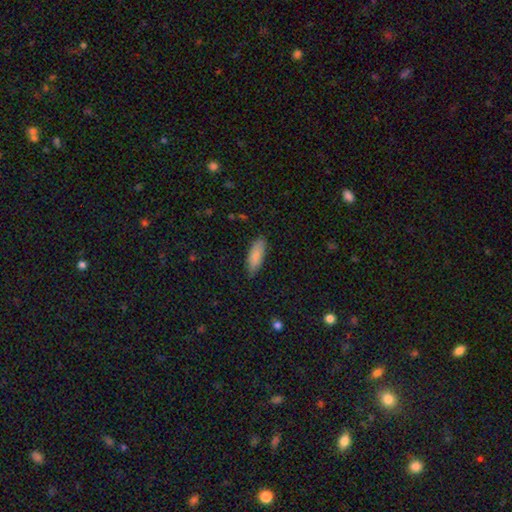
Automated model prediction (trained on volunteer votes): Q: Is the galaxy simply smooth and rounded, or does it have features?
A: smooth — 87%.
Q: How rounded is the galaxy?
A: in between — 70%.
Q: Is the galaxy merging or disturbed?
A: none — 82%.